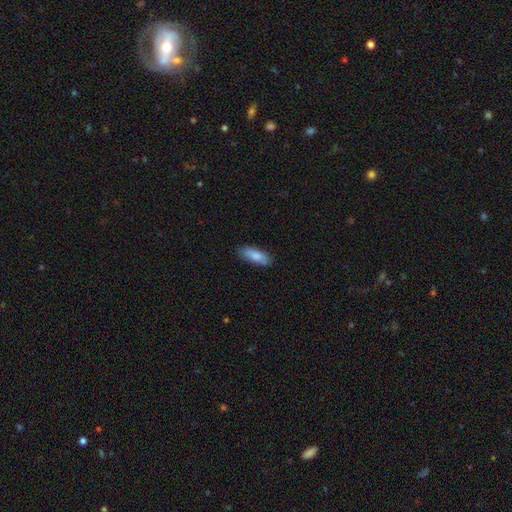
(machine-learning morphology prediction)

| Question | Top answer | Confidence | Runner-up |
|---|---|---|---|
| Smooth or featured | smooth | 84% | featured or disk (11%) |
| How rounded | in between | 67% | cigar-shaped (32%) |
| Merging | none | 84% | minor disturbance (13%) |